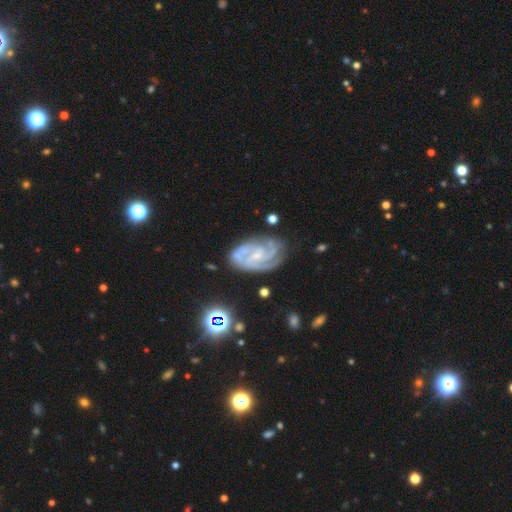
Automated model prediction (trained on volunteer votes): Smooth or featured? featured or disk (87%)
Edge-on disk? no (97%)
Bar? no (54%)
Spiral arms? yes (97%)
Spiral winding? tight (59%)
Spiral arm count? 3 (35%)
Bulge size? small (72%)
Merging? none (69%)